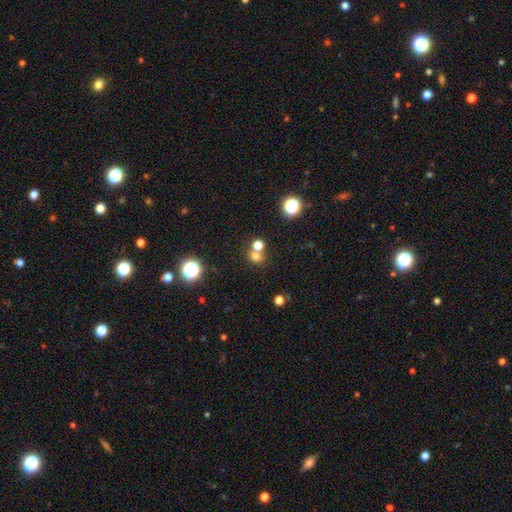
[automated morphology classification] Overall: smooth (70%). How rounded: round (79%). Merging: none (52%; merger 39%).